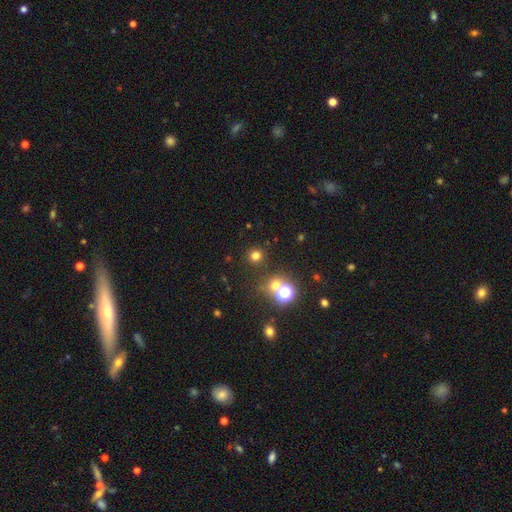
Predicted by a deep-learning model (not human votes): This appears to be a smooth galaxy with no disk features (70%) that is round (94%). Merging: none (86%).